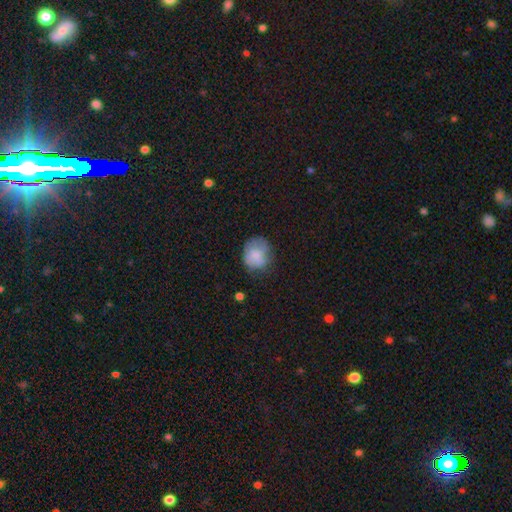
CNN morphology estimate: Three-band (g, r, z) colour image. It shows a smooth galaxy with no disk features (66%) that is round (75%). Merging: none (62%).